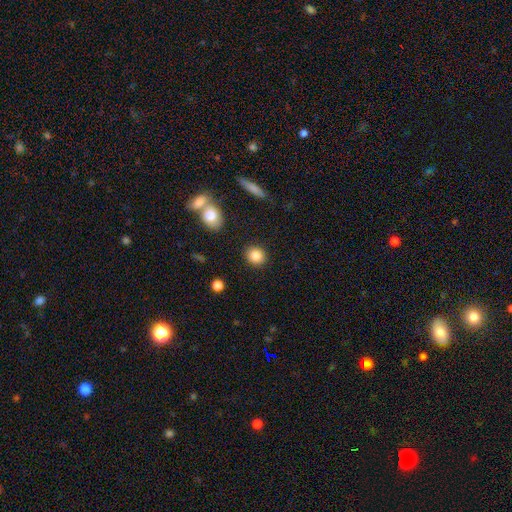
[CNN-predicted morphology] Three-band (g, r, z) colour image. It shows a smooth galaxy with no disk features (85%) that is round (77%). Merging: none (88%).